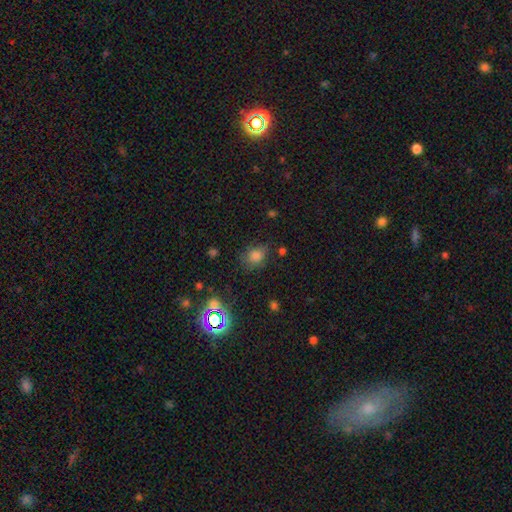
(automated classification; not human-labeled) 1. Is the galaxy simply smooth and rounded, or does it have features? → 73% smooth, 19% star or artifact, 8% featured or disk.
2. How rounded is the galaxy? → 57% round, 41% in between, 1% cigar-shaped.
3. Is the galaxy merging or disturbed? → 68% none, 21% minor disturbance, 8% major disturbance, 3% merger.